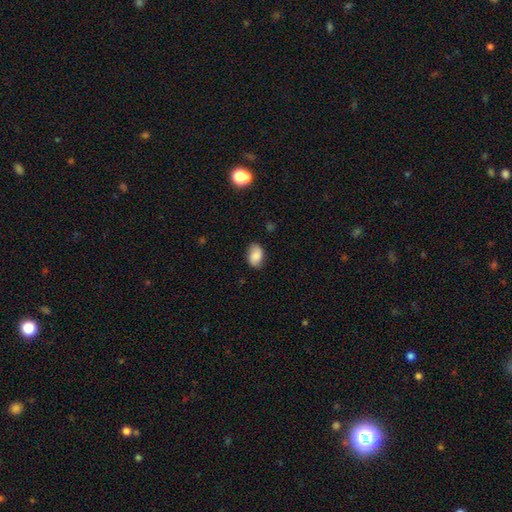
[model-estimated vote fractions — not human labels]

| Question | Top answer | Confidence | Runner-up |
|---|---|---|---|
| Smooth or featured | smooth | 79% | featured or disk (13%) |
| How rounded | in between | 86% | round (12%) |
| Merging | none | 77% | minor disturbance (18%) |